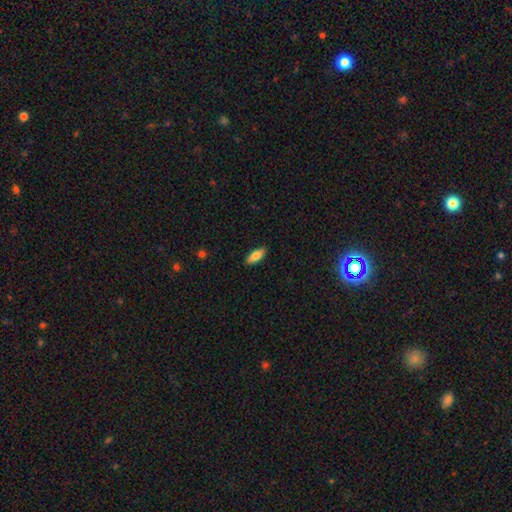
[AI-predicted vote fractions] smooth-or-featured: smooth: 82% | featured or disk: 11% | star or artifact: 6%
  how-rounded: in between: 78% | cigar-shaped: 20% | round: 2%
  merging: none: 87% | minor disturbance: 10% | major disturbance: 2% | merger: 1%